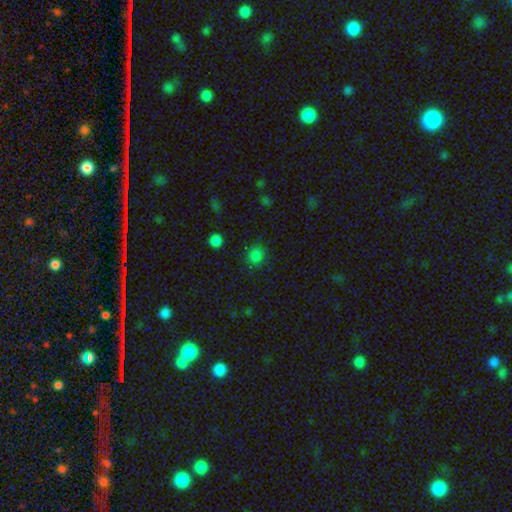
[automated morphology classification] Smooth or featured? Predicted: smooth (p=0.80). How rounded? Predicted: round (p=0.81). Merging? Predicted: none (p=0.84).